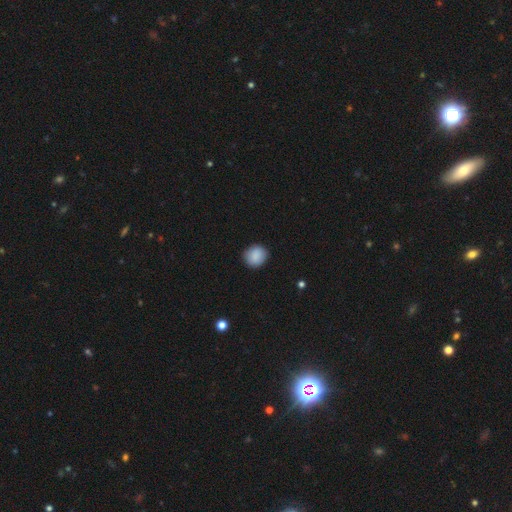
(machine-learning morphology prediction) Smooth or featured? Predicted: smooth (p=0.89). How rounded? Predicted: round (p=0.85). Merging? Predicted: none (p=0.89).